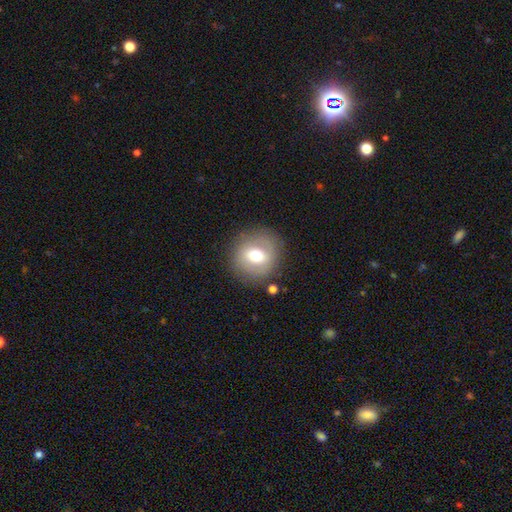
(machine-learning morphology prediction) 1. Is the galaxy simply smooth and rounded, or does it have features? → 60% smooth, 30% featured or disk, 10% star or artifact.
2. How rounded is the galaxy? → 87% round, 12% in between, 1% cigar-shaped.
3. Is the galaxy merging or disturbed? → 83% none, 10% minor disturbance, 4% major disturbance, 2% merger.